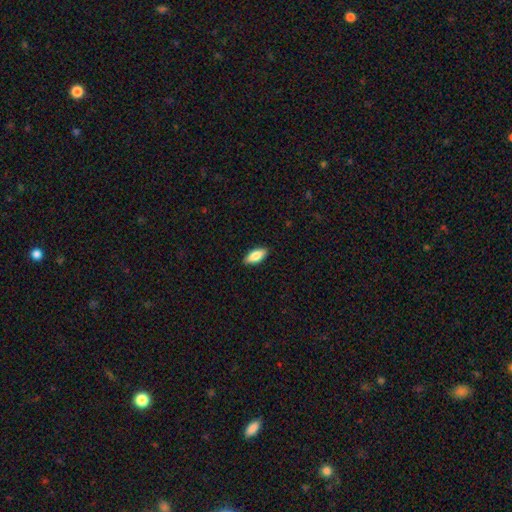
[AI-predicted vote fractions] Overall: smooth (81%). How rounded: in between (81%). Merging: none (89%).